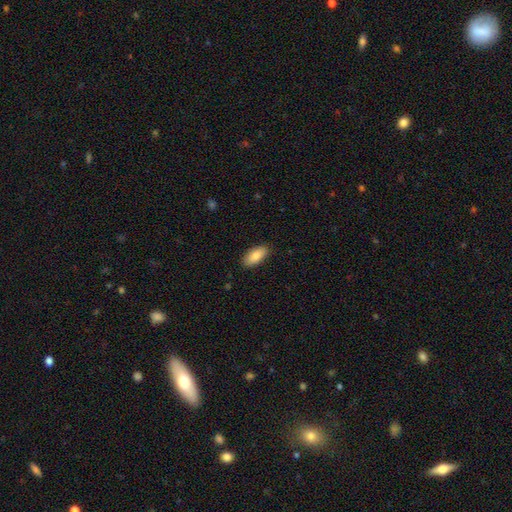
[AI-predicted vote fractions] Smooth or featured? Predicted: smooth (p=0.85). How rounded? Predicted: in between (p=0.89). Merging? Predicted: none (p=0.87).